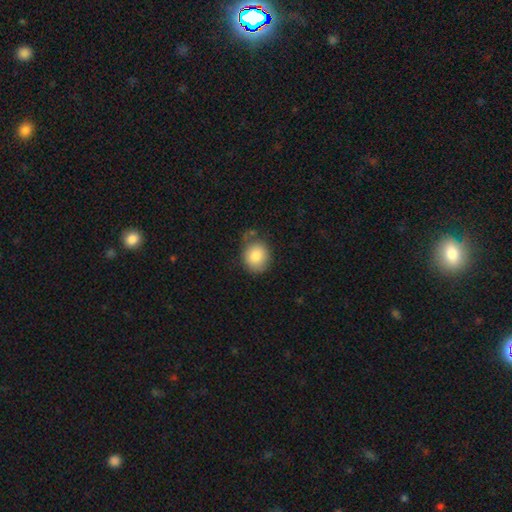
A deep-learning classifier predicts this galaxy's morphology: A smooth galaxy with no disk features (83%) that is round (76%). Merging: none (68%).